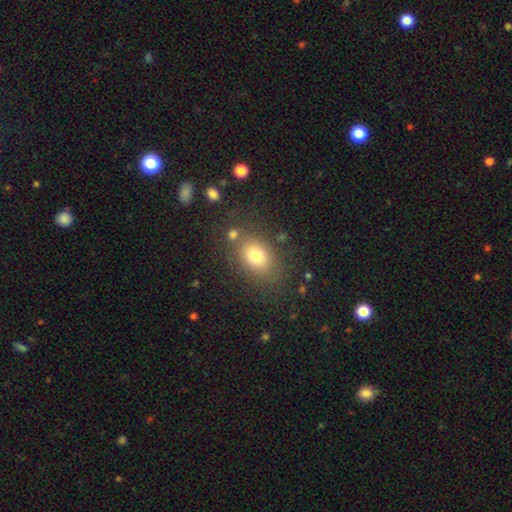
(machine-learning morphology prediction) A smooth galaxy with no disk features (76%) that is in between round and cigar-shaped (68%). Merging: none (76%).